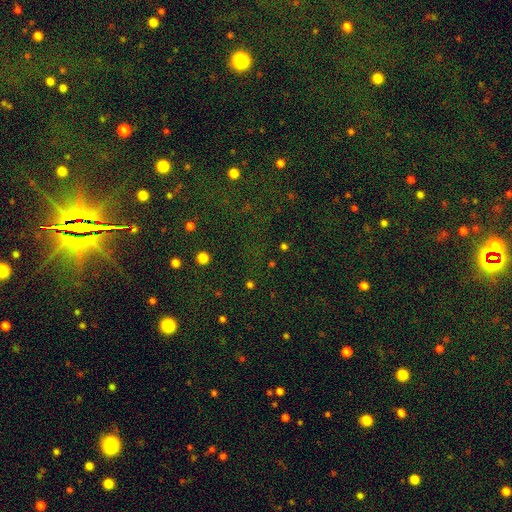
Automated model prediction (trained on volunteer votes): Smooth or featured: star or artifact — 83% (smooth — 9%)